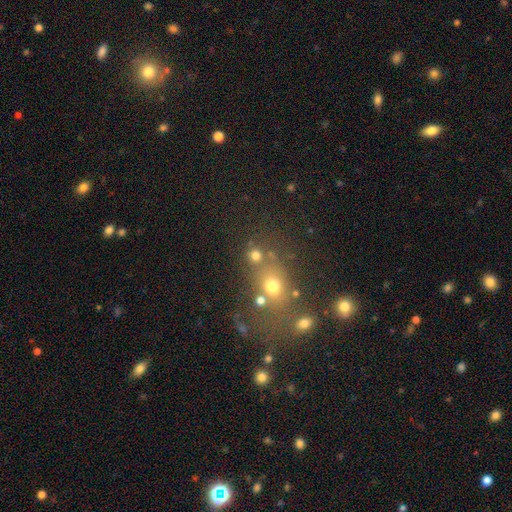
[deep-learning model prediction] The model was most divided on "merging": none: 65%, merger: 20%, minor disturbance: 10%, major disturbance: 6%. More confident: how rounded — round (83%); smooth or featured — smooth (70%).